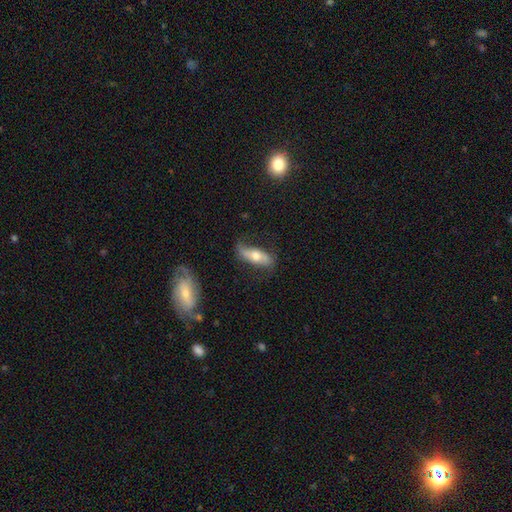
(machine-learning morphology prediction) This appears to be a featured or disk galaxy (55%). Merging: none (61%).